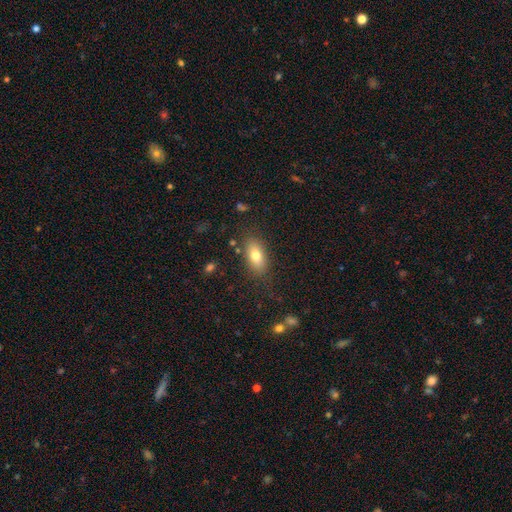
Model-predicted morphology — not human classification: This appears to be a smooth galaxy with no disk features (76%) that is in between round and cigar-shaped (85%). Merging: none (80%).